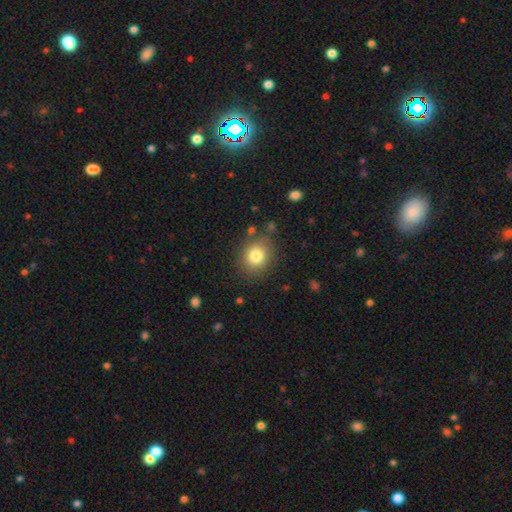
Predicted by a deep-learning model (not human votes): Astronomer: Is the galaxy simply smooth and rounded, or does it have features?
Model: smooth — 81%.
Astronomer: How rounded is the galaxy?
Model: round — 73%.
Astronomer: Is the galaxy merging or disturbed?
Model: none — 83%.